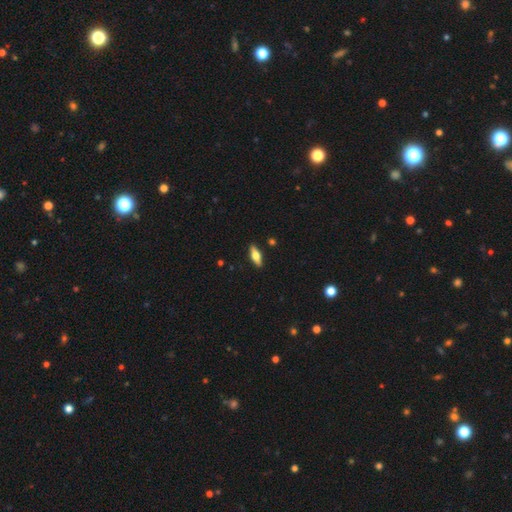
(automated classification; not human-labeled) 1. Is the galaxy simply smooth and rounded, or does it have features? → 49% smooth, 44% featured or disk, 6% star or artifact.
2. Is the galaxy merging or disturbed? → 89% none, 8% minor disturbance, 2% major disturbance, 1% merger.